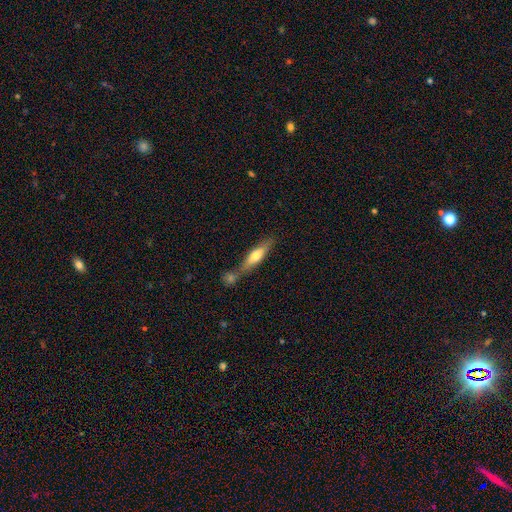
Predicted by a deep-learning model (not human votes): This appears to be a smooth galaxy with no disk features (55%) that is cigar-shaped (72%). Merging: none (53%).